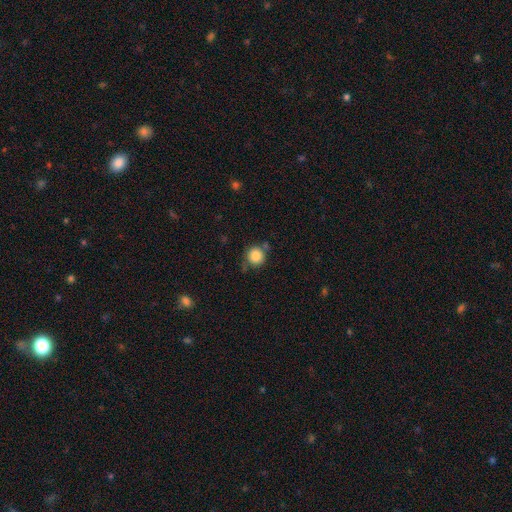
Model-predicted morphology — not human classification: This is clearly a smooth galaxy (86%). How rounded: clearly round (93%). Merging: likely none (74%).